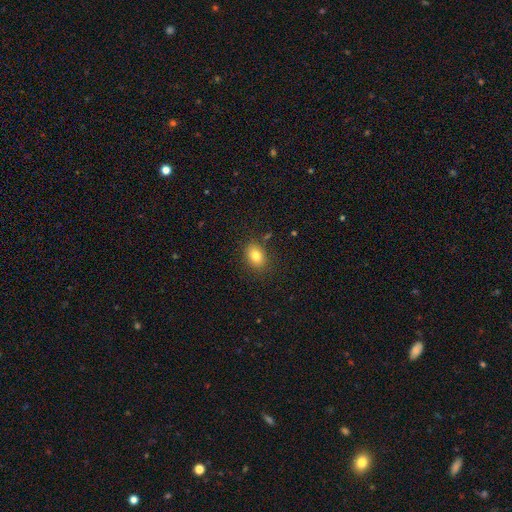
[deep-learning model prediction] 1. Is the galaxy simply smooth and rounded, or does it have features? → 81% smooth, 10% star or artifact, 9% featured or disk.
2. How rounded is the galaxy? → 72% in between, 27% round, 1% cigar-shaped.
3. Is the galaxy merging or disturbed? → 85% none, 10% minor disturbance, 3% major disturbance, 2% merger.